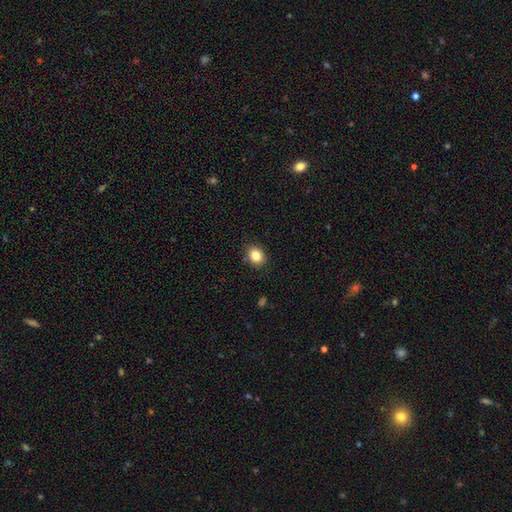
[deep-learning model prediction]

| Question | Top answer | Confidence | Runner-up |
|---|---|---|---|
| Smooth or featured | smooth | 84% | star or artifact (10%) |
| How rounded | round | 53% | in between (46%) |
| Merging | none | 86% | minor disturbance (10%) |